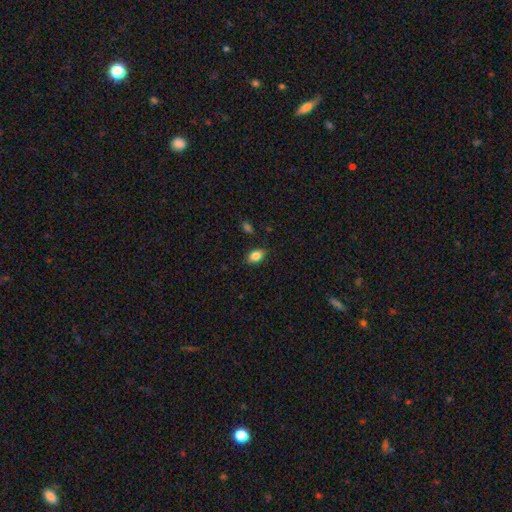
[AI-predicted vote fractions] Morphology: type=smooth (83%); roundness=in between (82%); merging=none (84%).